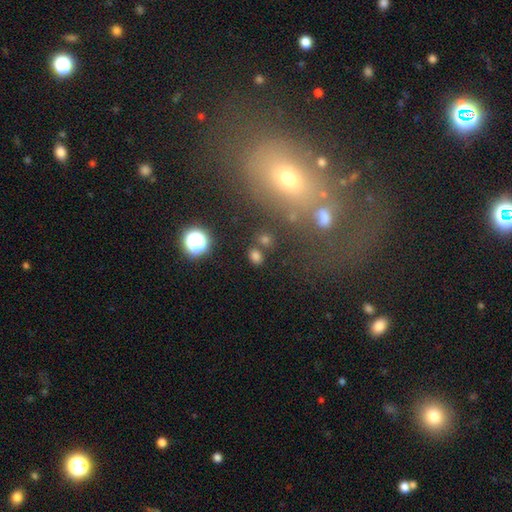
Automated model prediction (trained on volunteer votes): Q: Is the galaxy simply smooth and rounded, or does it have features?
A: smooth — 71%.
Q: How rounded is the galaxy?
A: in between — 53%.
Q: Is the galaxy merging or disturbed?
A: none — 75%.